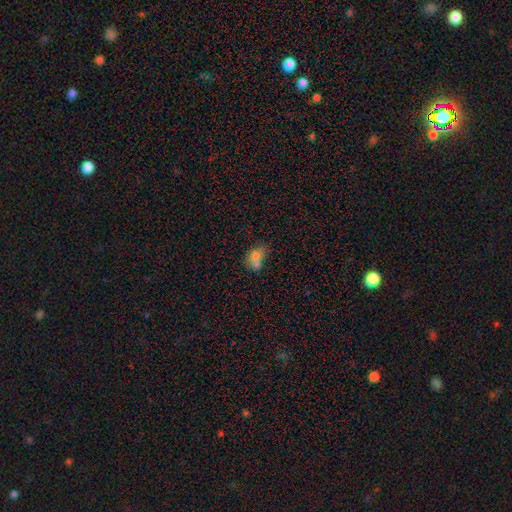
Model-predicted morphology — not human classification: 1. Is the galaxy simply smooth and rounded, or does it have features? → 72% smooth, 18% featured or disk, 10% star or artifact.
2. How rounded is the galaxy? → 61% in between, 37% round, 1% cigar-shaped.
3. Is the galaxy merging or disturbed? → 53% merger, 28% none, 13% minor disturbance, 6% major disturbance.